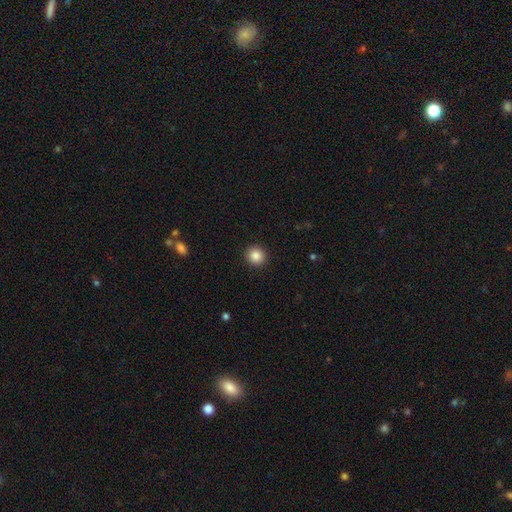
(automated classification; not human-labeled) This is clearly a smooth galaxy (87%). How rounded: clearly round (91%). Merging: clearly none (92%).